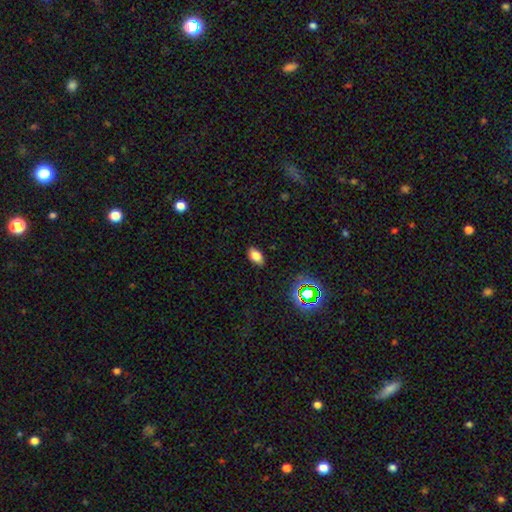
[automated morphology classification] Smooth or featured? Predicted: smooth (p=0.77). How rounded? Predicted: in between (p=0.90). Merging? Predicted: none (p=0.87).